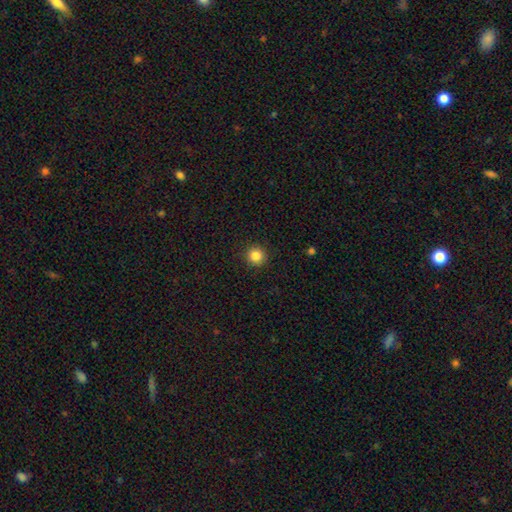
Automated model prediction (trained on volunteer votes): Smooth or featured? Predicted: smooth (p=0.85). How rounded? Predicted: round (p=0.95). Merging? Predicted: none (p=0.92).